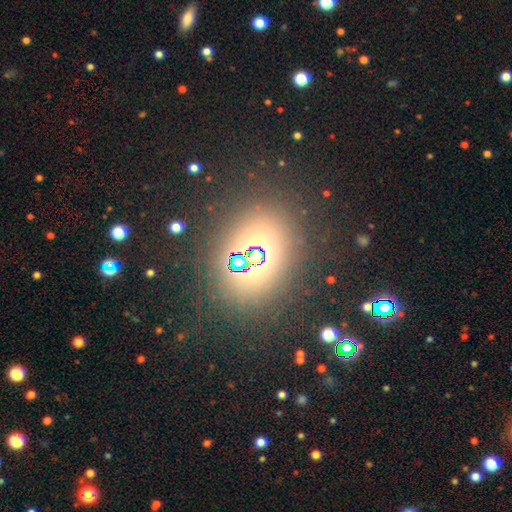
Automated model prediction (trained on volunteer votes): Q: Smooth or featured?
A: star or artifact (57%); runner-up: smooth (32%)